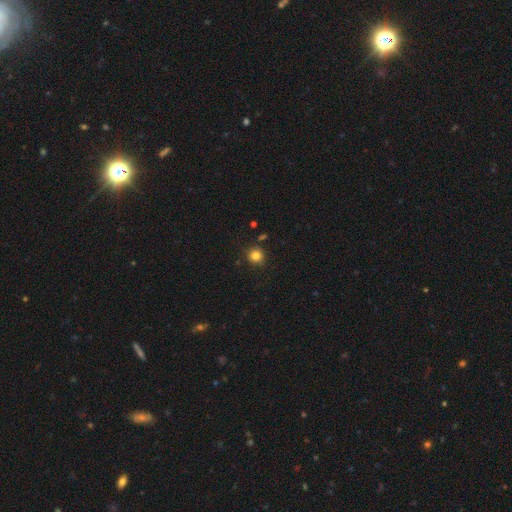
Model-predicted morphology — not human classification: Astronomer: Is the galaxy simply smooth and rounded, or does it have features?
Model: smooth — 82%.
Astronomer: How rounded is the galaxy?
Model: round — 91%.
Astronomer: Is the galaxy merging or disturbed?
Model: none — 85%.